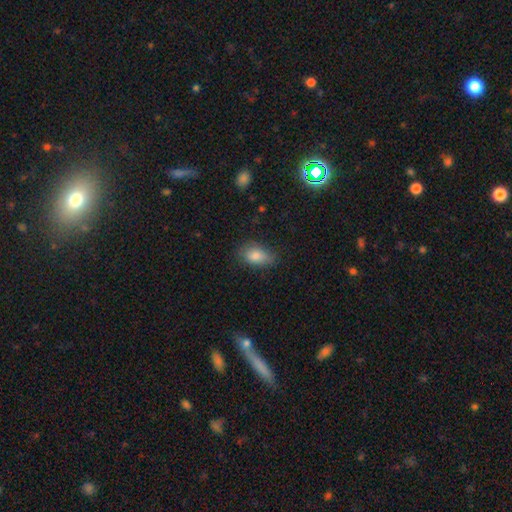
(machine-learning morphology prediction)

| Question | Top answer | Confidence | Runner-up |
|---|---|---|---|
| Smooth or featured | smooth | 82% | featured or disk (9%) |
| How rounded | in between | 88% | round (9%) |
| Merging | none | 70% | minor disturbance (23%) |